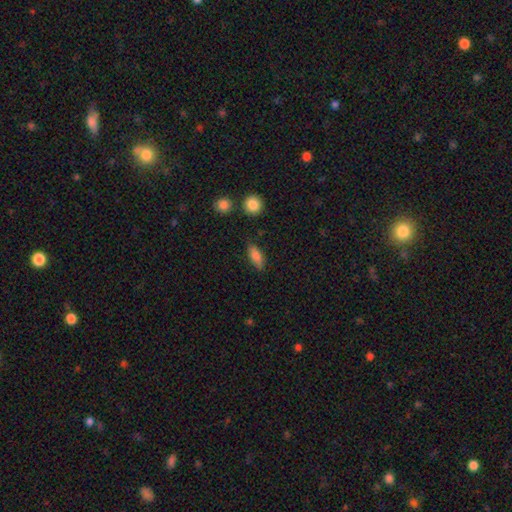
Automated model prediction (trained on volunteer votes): A smooth galaxy with no disk features (83%) that is in between round and cigar-shaped (78%).

Vote fractions:
- Smooth or featured? smooth: 83% / featured or disk: 9% / star or artifact: 8%
- How rounded? in between: 78% / cigar-shaped: 18% / round: 4%
- Merging? none: 77% / minor disturbance: 17% / major disturbance: 4% / merger: 3%